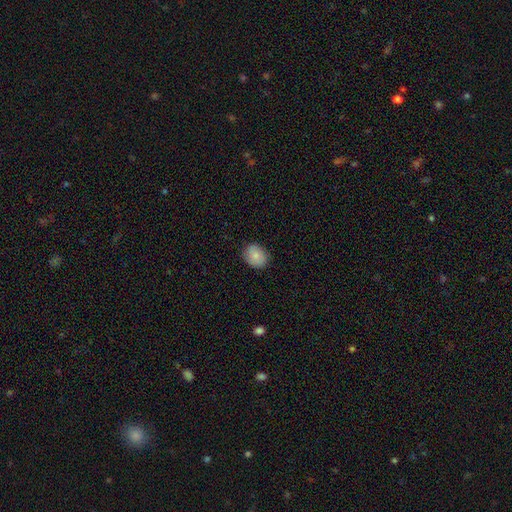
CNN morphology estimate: Smooth or featured?
  - smooth: 83% *
  - featured or disk: 10%
  - star or artifact: 7%
How rounded?
  - round: 52% *
  - in between: 47%
  - cigar-shaped: 1%
Merging?
  - none: 85% *
  - minor disturbance: 12%
  - major disturbance: 2%
  - merger: 1%